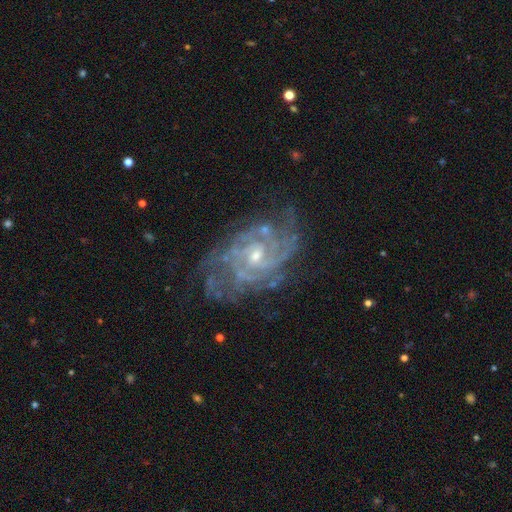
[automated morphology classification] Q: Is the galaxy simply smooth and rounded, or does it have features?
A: featured or disk — 90%.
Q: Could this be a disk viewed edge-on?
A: no — 97%.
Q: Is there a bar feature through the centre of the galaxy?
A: no — 51%.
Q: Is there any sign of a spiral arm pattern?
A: yes — 96%.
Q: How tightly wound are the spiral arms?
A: tight — 62%.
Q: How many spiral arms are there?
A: can't tell — 30%.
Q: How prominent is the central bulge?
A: small — 53%.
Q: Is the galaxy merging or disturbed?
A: none — 64%.